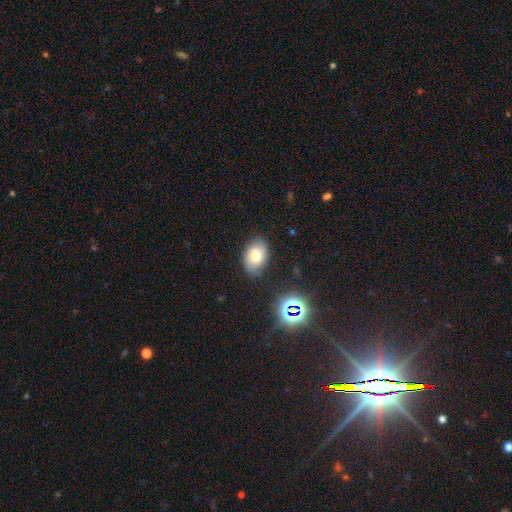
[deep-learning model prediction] Smooth or featured? Predicted: smooth (p=0.72). How rounded? Predicted: in between (p=0.88). Merging? Predicted: none (p=0.79).